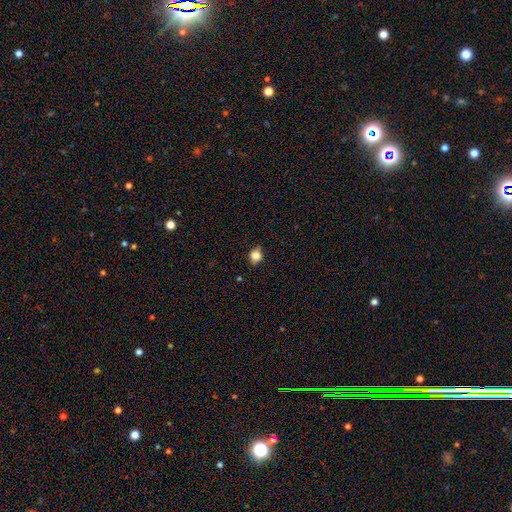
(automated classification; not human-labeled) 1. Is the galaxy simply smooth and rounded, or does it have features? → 84% smooth, 10% star or artifact, 6% featured or disk.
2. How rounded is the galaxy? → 70% round, 29% in between, 1% cigar-shaped.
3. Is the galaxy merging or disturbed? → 85% none, 12% minor disturbance, 2% major disturbance, 1% merger.